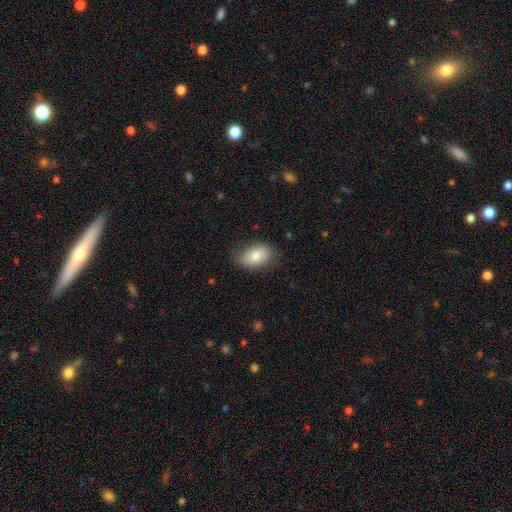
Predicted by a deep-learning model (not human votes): smooth 77%, featured or disk 16%, star or artifact 7%. Down the decision tree: how rounded — in between (88%); merging — none (76%).